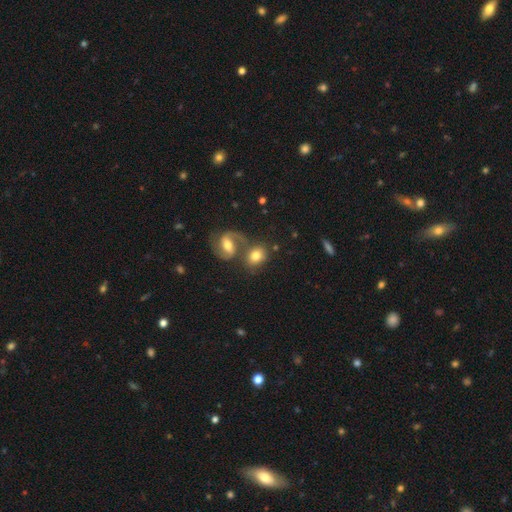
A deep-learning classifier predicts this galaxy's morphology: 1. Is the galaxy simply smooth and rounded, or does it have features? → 63% smooth, 30% featured or disk, 8% star or artifact.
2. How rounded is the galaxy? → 50% round, 48% in between, 2% cigar-shaped.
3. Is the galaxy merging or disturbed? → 47% none, 37% merger, 11% minor disturbance, 5% major disturbance.